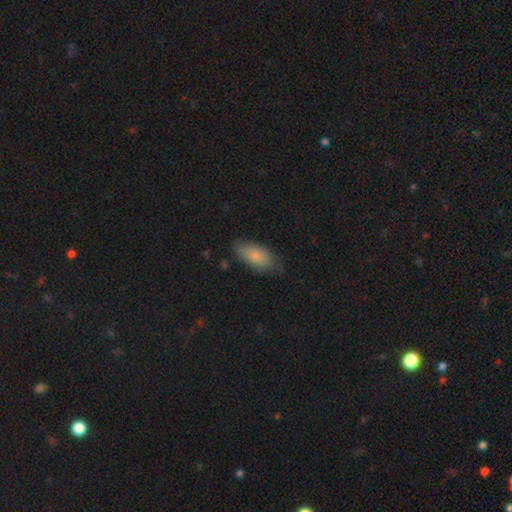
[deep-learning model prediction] This is clearly a smooth galaxy (85%). How rounded: clearly in between (89%). Merging: likely none (74%).